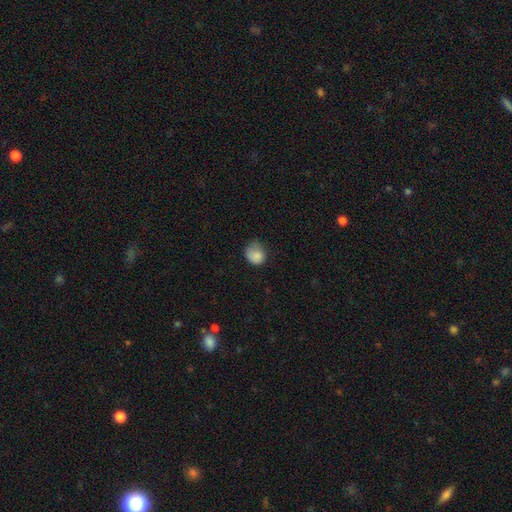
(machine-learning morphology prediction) A smooth galaxy with no disk features (83%) that is round (69%).

Vote fractions:
- Smooth or featured? smooth: 83% / featured or disk: 10% / star or artifact: 8%
- How rounded? round: 69% / in between: 30% / cigar-shaped: 1%
- Merging? none: 44% / minor disturbance: 36% / major disturbance: 18% / merger: 2%